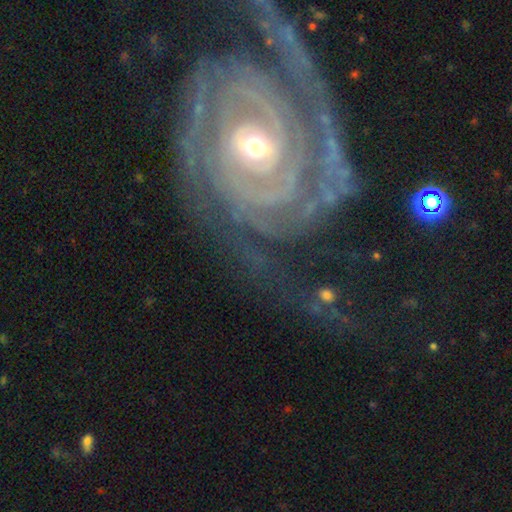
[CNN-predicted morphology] featured or disk 91%, star or artifact 5%, smooth 4%. Down the decision tree: edge-on disk — no (97%); bar — no (50%); spiral arms — yes (98%); spiral arm count — 2 (36%); spiral winding — tight (77%); bulge size — small (54%); merging — none (61%).